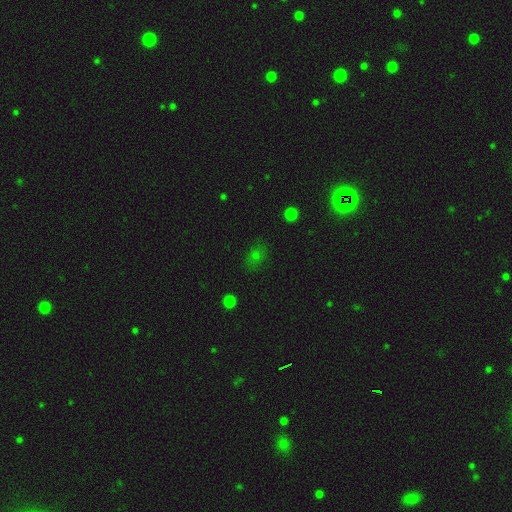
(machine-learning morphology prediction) The model was most divided on "smooth or featured": smooth: 52%, star or artifact: 36%, featured or disk: 11%. More confident: merging — none (77%); how rounded — in between (57%).